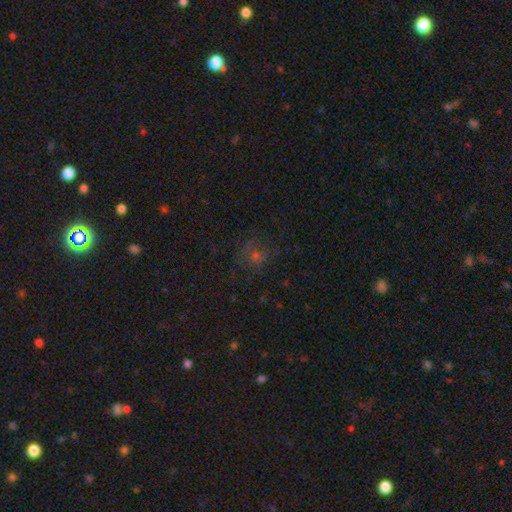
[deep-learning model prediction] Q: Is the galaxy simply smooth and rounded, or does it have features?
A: smooth — 49%.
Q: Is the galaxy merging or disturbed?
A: none — 64%.